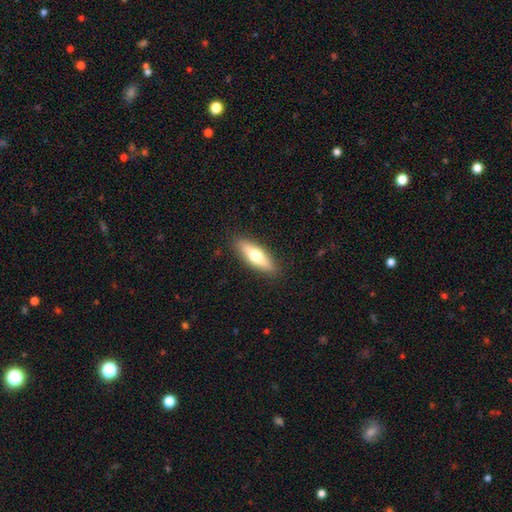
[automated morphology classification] smooth 58%, featured or disk 37%, star or artifact 6%. Down the decision tree: how rounded — cigar-shaped (53%); merging — none (89%).